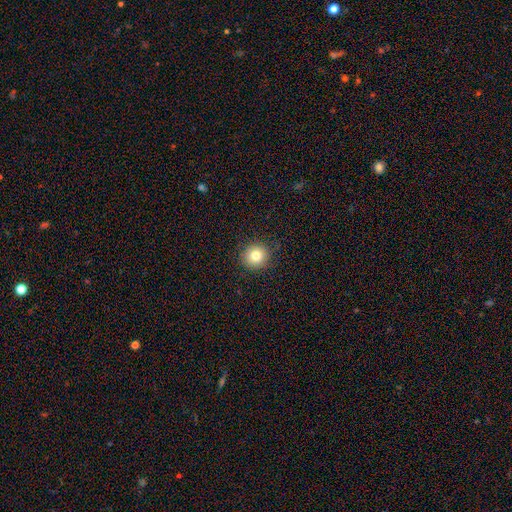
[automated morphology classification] Smooth or featured?
  - smooth: 79% *
  - star or artifact: 12%
  - featured or disk: 9%
How rounded?
  - round: 91% *
  - in between: 8%
  - cigar-shaped: 1%
Merging?
  - none: 90% *
  - minor disturbance: 7%
  - major disturbance: 2%
  - merger: 1%